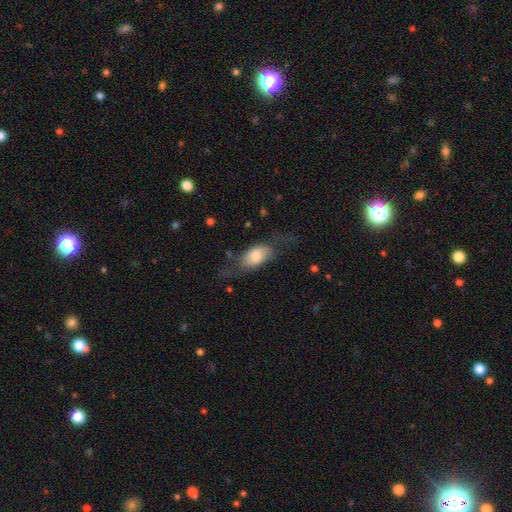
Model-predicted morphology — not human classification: This is likely a smooth galaxy (64%). How rounded: clearly in between (87%). Merging: possibly none (47%).